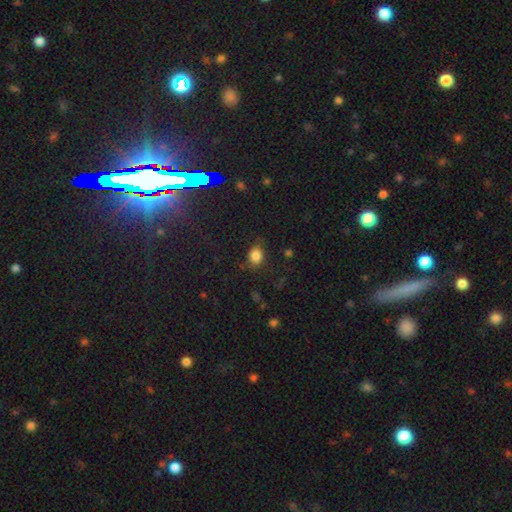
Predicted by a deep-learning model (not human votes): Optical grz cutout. It shows a smooth galaxy with no disk features (83%) that is round (51%). Merging: none (72%).